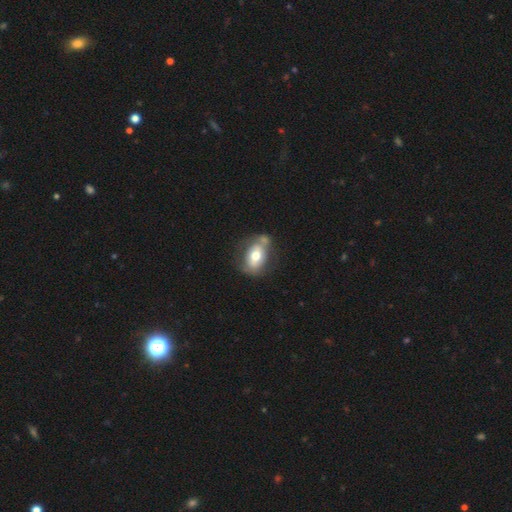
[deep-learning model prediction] smooth 59%, featured or disk 34%, star or artifact 7%. Down the decision tree: how rounded — in between (80%); merging — none (46%).